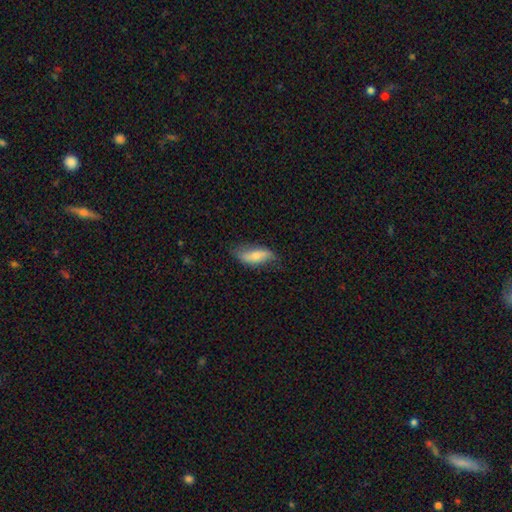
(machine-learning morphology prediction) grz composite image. It shows a smooth galaxy with no disk features (60%) that is in between round and cigar-shaped (72%). Merging: none (63%).